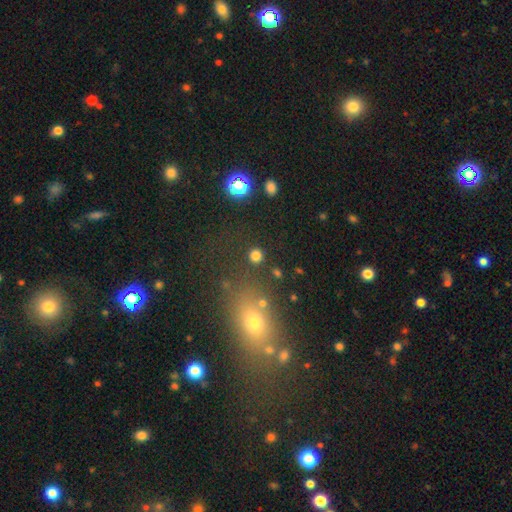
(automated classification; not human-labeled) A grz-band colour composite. It shows a smooth galaxy with no disk features (80%) that is round (90%). Merging: none (86%).